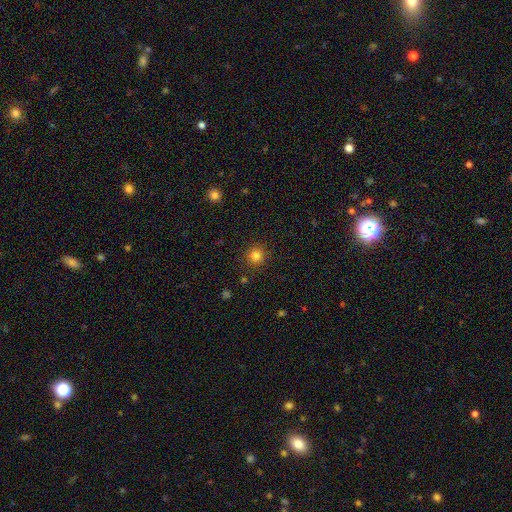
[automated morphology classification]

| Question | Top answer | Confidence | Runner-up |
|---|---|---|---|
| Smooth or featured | smooth | 82% | star or artifact (13%) |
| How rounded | round | 93% | in between (6%) |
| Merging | none | 89% | minor disturbance (7%) |